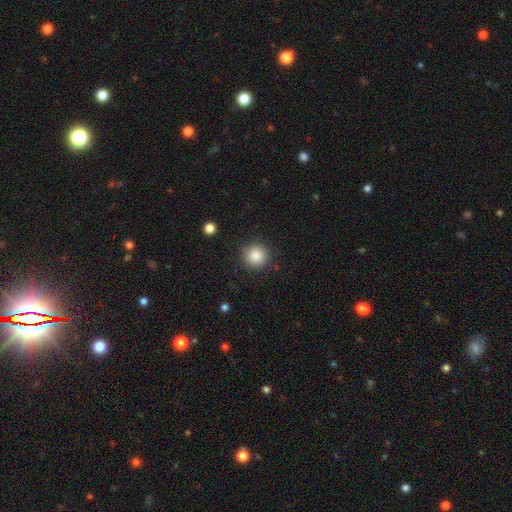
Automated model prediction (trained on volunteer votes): Morphology: type=smooth (85%); roundness=round (94%); merging=none (89%).